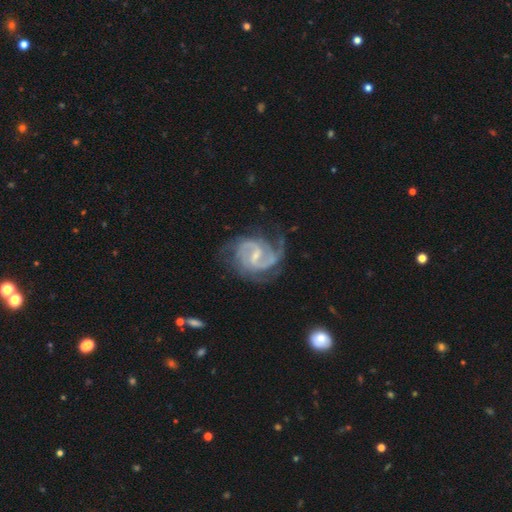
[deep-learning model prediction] Smooth or featured?
  - featured or disk: 91% *
  - star or artifact: 5%
  - smooth: 4%
Edge-on disk?
  - no: 98% *
  - yes: 2%
Bar?
  - weak: 60% *
  - strong: 26%
  - no: 14%
Spiral arms?
  - yes: 98% *
  - no: 2%
Spiral winding?
  - medium: 54% *
  - tight: 30%
  - loose: 17%
Spiral arm count?
  - 2: 78% *
  - 3: 8%
  - can't tell: 7%
  - 1: 3%
  - 4: 2%
  - more than 4: 2%
Bulge size?
  - small: 59% *
  - moderate: 28%
  - none: 11%
  - large: 1%
  - dominant: 1%
Merging?
  - none: 63% *
  - minor disturbance: 21%
  - major disturbance: 14%
  - merger: 2%